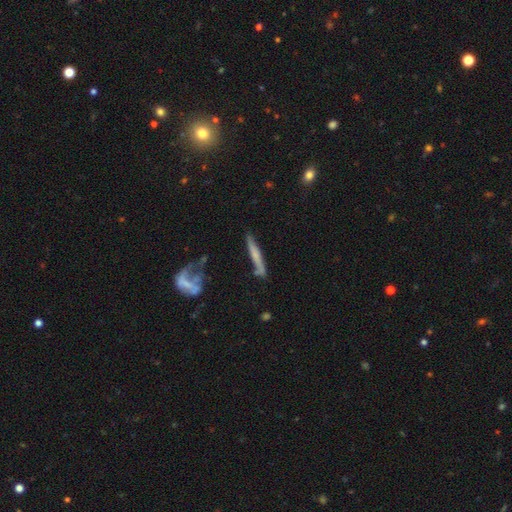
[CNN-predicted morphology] smooth_or_featured: featured or disk (p=0.49) [alt: smooth p=0.43]
merging: none (p=0.65) [alt: minor disturbance p=0.20]